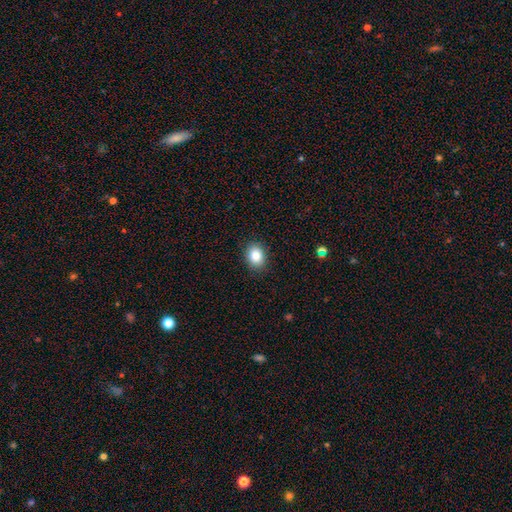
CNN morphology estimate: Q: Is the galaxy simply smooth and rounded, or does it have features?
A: smooth — 85%.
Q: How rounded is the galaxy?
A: in between — 58%.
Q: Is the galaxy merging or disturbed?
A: none — 89%.